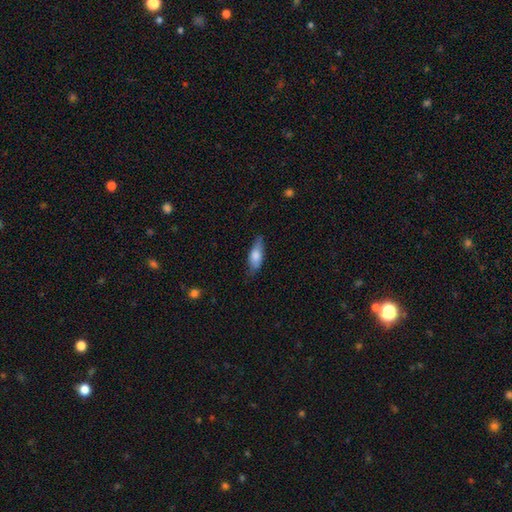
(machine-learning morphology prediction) A smooth galaxy with no disk features (74%) that is in between round and cigar-shaped (67%). Merging: none (74%).